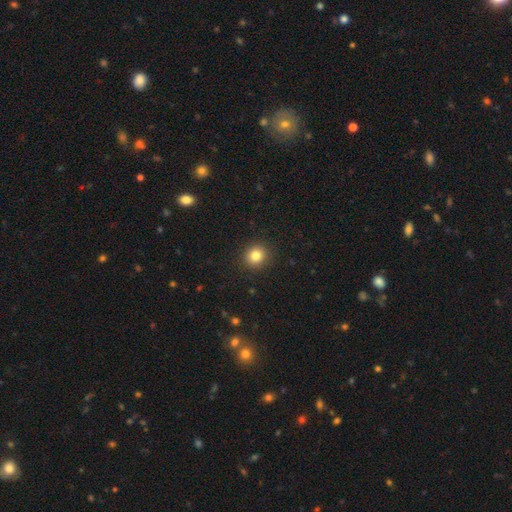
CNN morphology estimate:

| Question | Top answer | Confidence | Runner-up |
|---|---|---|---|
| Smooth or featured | smooth | 83% | star or artifact (11%) |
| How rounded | round | 87% | in between (12%) |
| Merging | none | 91% | minor disturbance (6%) |